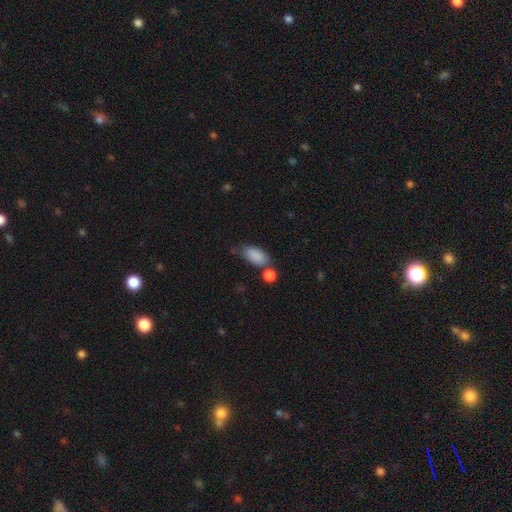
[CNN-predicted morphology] smooth-or-featured: smooth: 87% | star or artifact: 7% | featured or disk: 6%
  how-rounded: in between: 88% | cigar-shaped: 8% | round: 4%
  merging: none: 53% | minor disturbance: 20% | merger: 20% | major disturbance: 7%